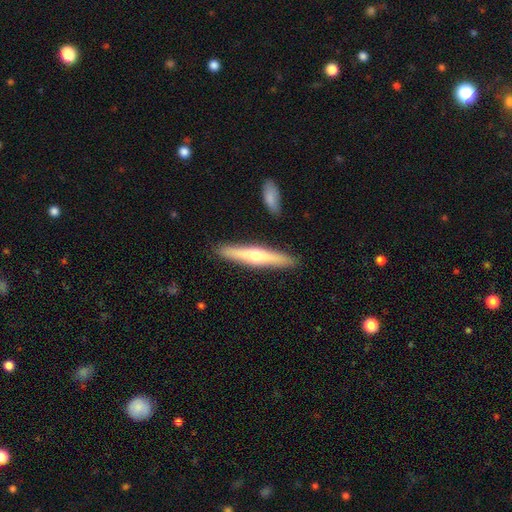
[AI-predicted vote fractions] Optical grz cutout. It shows a featured or disk galaxy (55%) viewed edge-on (93%) with a rounded central bulge (89%). Merging: none (89%).